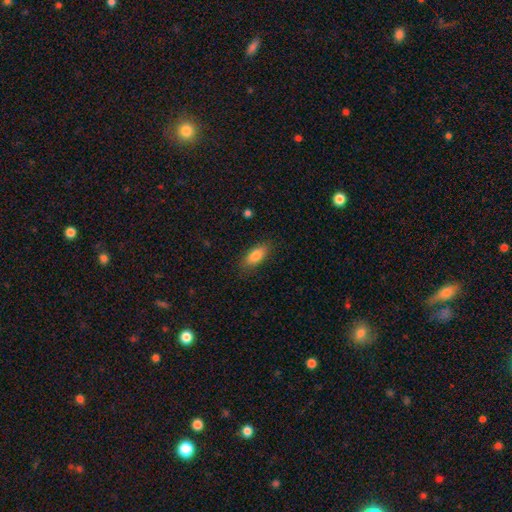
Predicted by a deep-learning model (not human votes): A smooth galaxy with no disk features (82%) that is in between round and cigar-shaped (78%).

Vote fractions:
- Smooth or featured? smooth: 82% / featured or disk: 11% / star or artifact: 7%
- How rounded? in between: 78% / cigar-shaped: 19% / round: 3%
- Merging? none: 83% / minor disturbance: 13% / major disturbance: 3% / merger: 1%